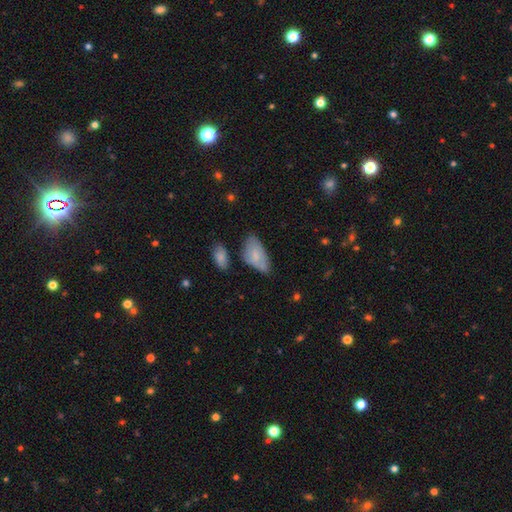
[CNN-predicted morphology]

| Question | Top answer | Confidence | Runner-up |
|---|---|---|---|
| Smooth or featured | smooth | 71% | featured or disk (23%) |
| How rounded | in between | 94% | round (3%) |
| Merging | none | 50% | minor disturbance (34%) |